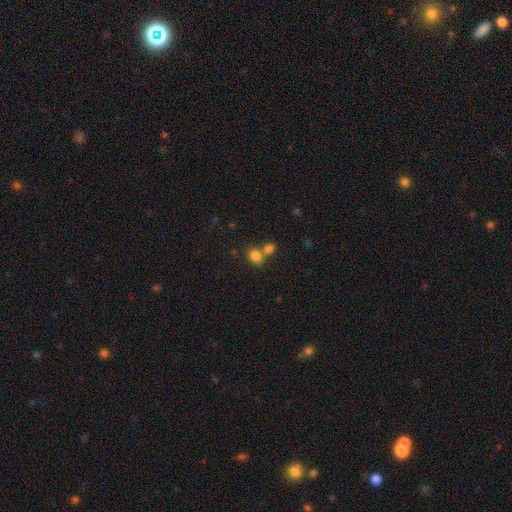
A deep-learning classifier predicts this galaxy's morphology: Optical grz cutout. It shows a smooth galaxy with no disk features (81%) that is in between round and cigar-shaped (57%). Merging: none (46%).